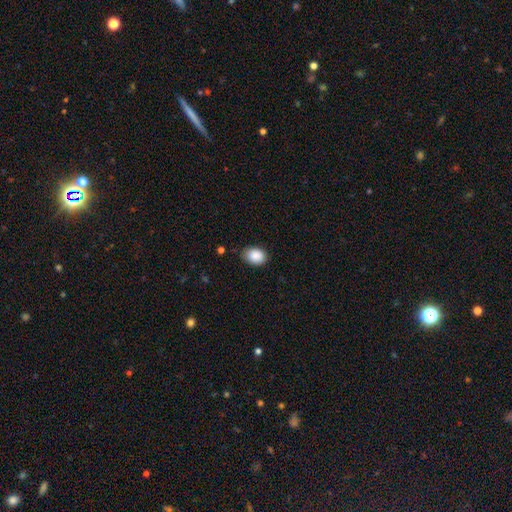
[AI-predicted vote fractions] Smooth or featured? Predicted: smooth (p=0.89). How rounded? Predicted: in between (p=0.74). Merging? Predicted: none (p=0.77).